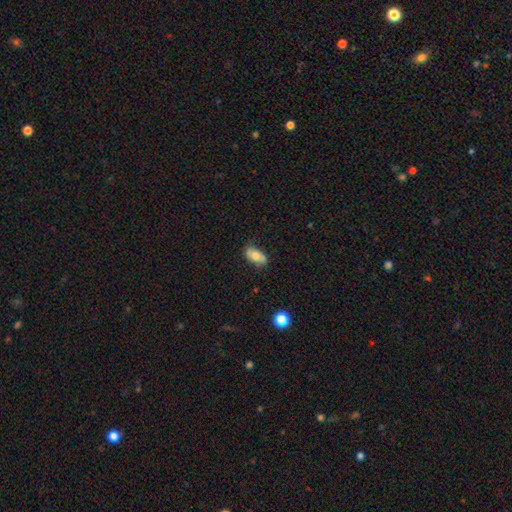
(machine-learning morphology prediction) This appears to be a smooth galaxy with no disk features (67%) that is in between round and cigar-shaped (90%). Merging: none (75%).